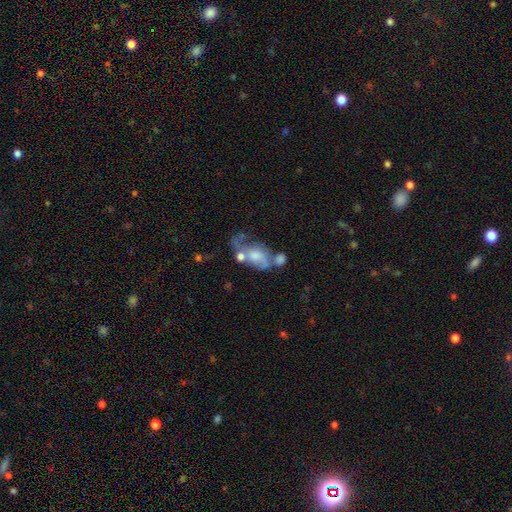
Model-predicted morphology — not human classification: featured or disk 53%, smooth 37%, star or artifact 10%. Down the decision tree: edge-on disk — no (96%); bar — no (76%); spiral arms — yes (56%); bulge size — moderate (41%); merging — merger (36%).